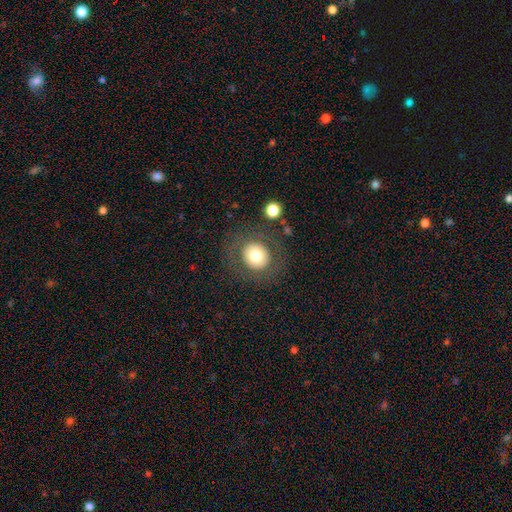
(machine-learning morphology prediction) smooth-or-featured: smooth: 70% | featured or disk: 19% | star or artifact: 10%
  how-rounded: round: 87% | in between: 12% | cigar-shaped: 1%
  merging: none: 82% | minor disturbance: 9% | major disturbance: 7% | merger: 2%